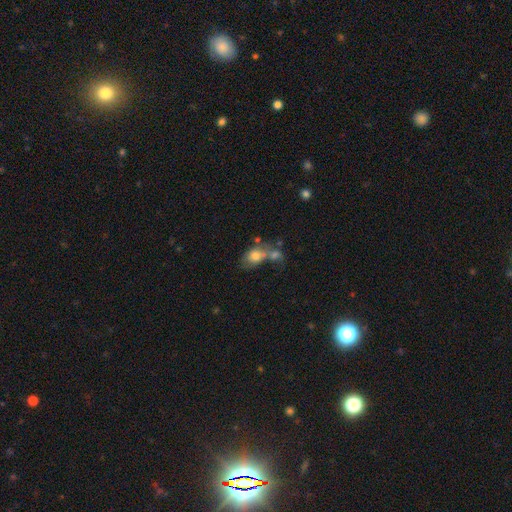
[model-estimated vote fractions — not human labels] Smooth or featured?
  - smooth: 72% *
  - featured or disk: 19%
  - star or artifact: 9%
How rounded?
  - in between: 69% *
  - round: 29%
  - cigar-shaped: 2%
Merging?
  - merger: 52% *
  - none: 24%
  - minor disturbance: 13%
  - major disturbance: 12%